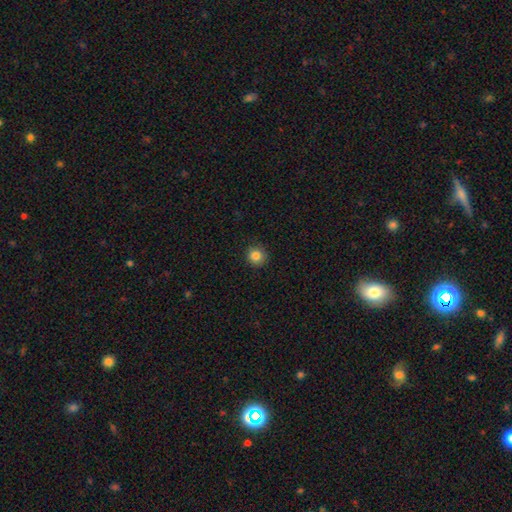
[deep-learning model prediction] Smooth or featured? Predicted: smooth (p=0.84). How rounded? Predicted: round (p=0.93). Merging? Predicted: none (p=0.89).